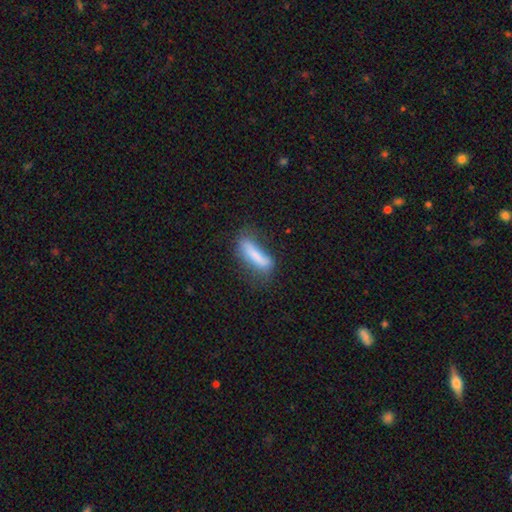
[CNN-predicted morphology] This appears to be a smooth galaxy with no disk features (71%) that is cigar-shaped (69%). Merging: none (52%).